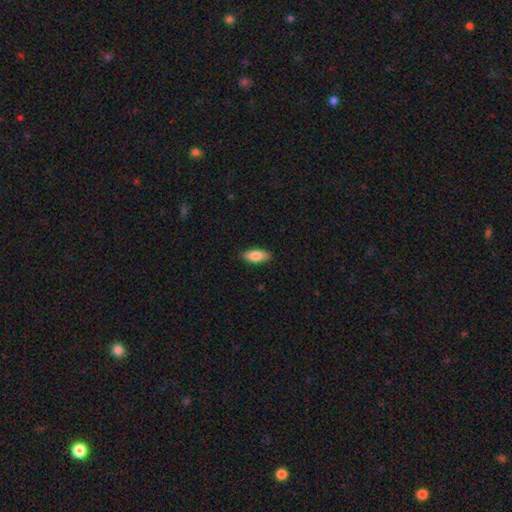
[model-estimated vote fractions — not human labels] smooth-or-featured: smooth: 82% | featured or disk: 12% | star or artifact: 6%
  how-rounded: in between: 82% | cigar-shaped: 16% | round: 2%
  merging: none: 88% | minor disturbance: 9% | major disturbance: 2% | merger: 1%